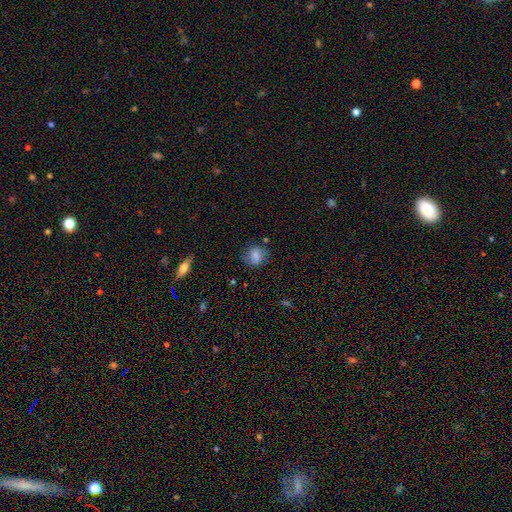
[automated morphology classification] A smooth galaxy with no disk features (76%) that is round (74%). Merging: none (72%).